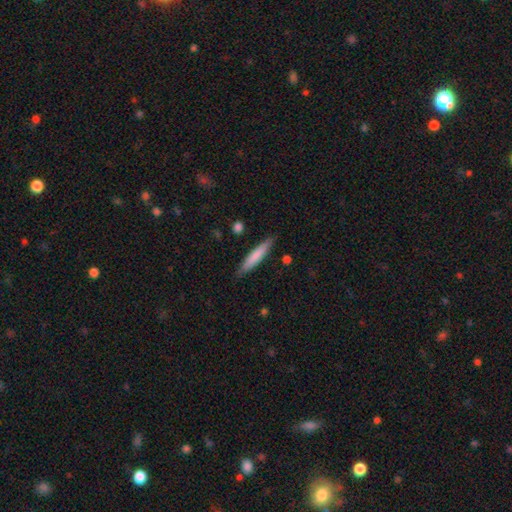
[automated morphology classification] type=smooth (75%); roundness=cigar-shaped (92%); merging=none (88%).